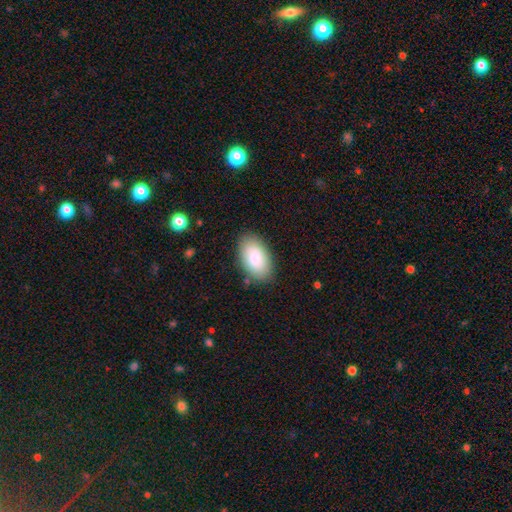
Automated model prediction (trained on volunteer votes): This appears to be a smooth galaxy with no disk features (84%) that is in between round and cigar-shaped (95%). Merging: none (85%).